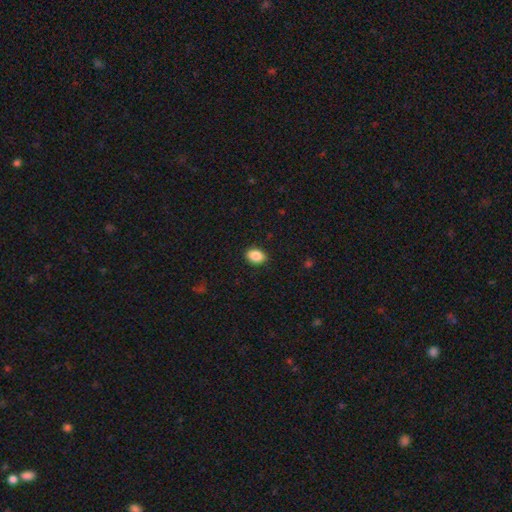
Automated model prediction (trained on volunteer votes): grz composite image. It shows a smooth galaxy with no disk features (89%) that is in between round and cigar-shaped (81%). Merging: none (88%).